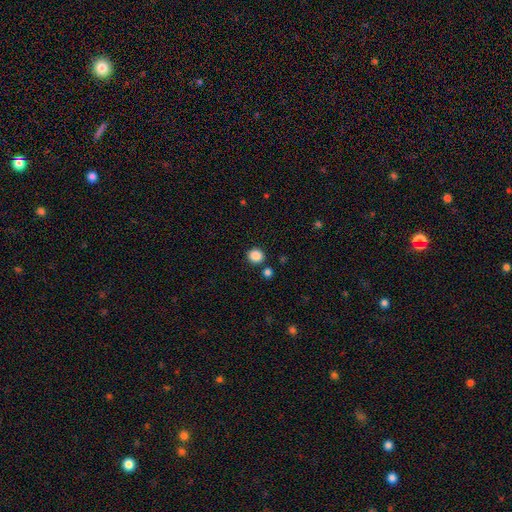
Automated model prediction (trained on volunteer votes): smooth 87%, star or artifact 10%, featured or disk 3%. Down the decision tree: how rounded — round (85%); merging — none (85%).